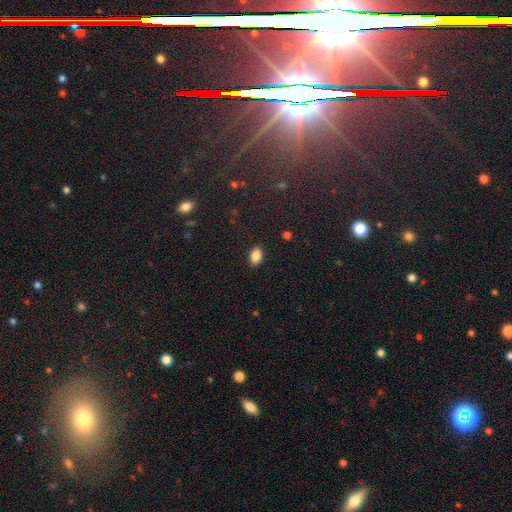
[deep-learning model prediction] This appears to be a smooth galaxy with no disk features (87%) that is in between round and cigar-shaped (87%). Merging: none (88%).